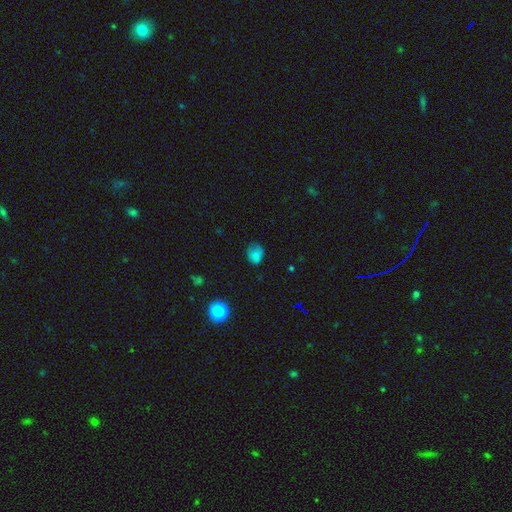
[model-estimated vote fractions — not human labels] Overall: smooth (76%). How rounded: in between (52%; round 47%). Merging: none (56%; minor disturbance 30%).